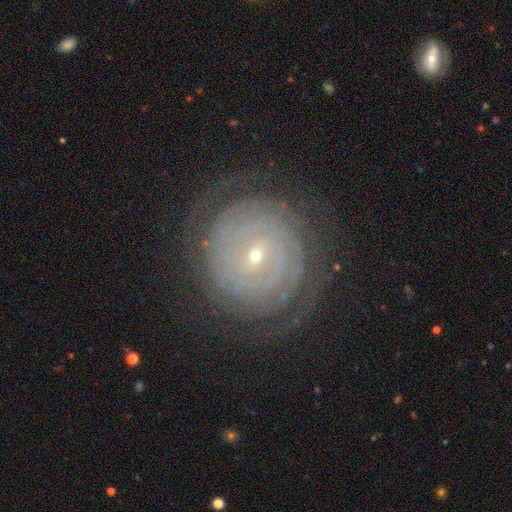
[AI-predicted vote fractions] Smooth or featured?
  - featured or disk: 85% *
  - smooth: 8%
  - star or artifact: 7%
Edge-on disk?
  - no: 97% *
  - yes: 3%
Bar?
  - no: 48% *
  - weak: 37%
  - strong: 15%
Spiral arms?
  - yes: 96% *
  - no: 4%
Spiral winding?
  - tight: 82% *
  - medium: 14%
  - loose: 4%
Spiral arm count?
  - 2: 36% *
  - can't tell: 30%
  - 3: 11%
  - 4: 9%
  - more than 4: 8%
  - 1: 6%
Bulge size?
  - small: 84% *
  - moderate: 13%
  - large: 1%
  - dominant: 1%
  - none: 1%
Merging?
  - none: 78% *
  - minor disturbance: 13%
  - major disturbance: 8%
  - merger: 1%